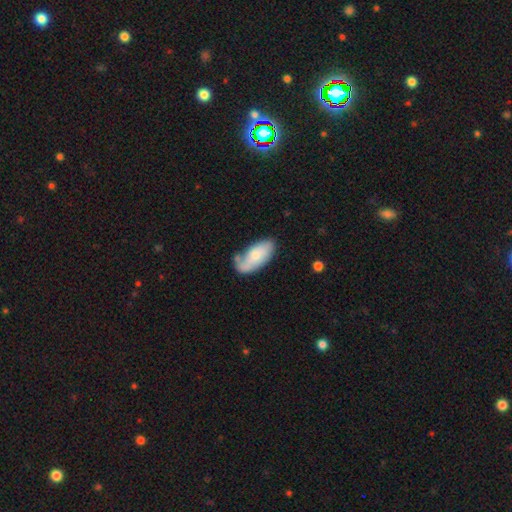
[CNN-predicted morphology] Smooth or featured: smooth — 63% (featured or disk — 31%)
How rounded: in between — 91% (cigar-shaped — 7%)
Merging: none — 48% (minor disturbance — 28%)